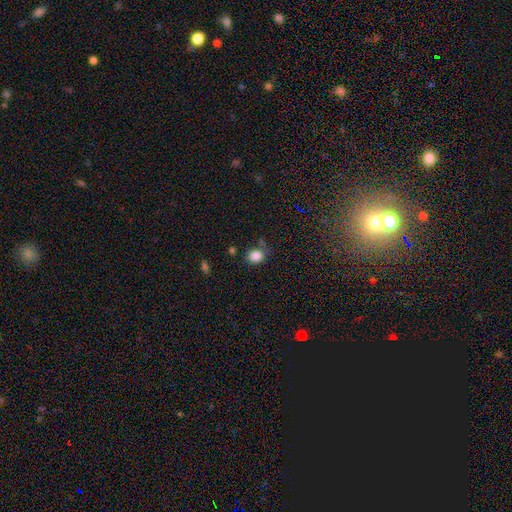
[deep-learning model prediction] This appears to be a smooth galaxy with no disk features (85%) that is round (57%). Merging: none (69%).